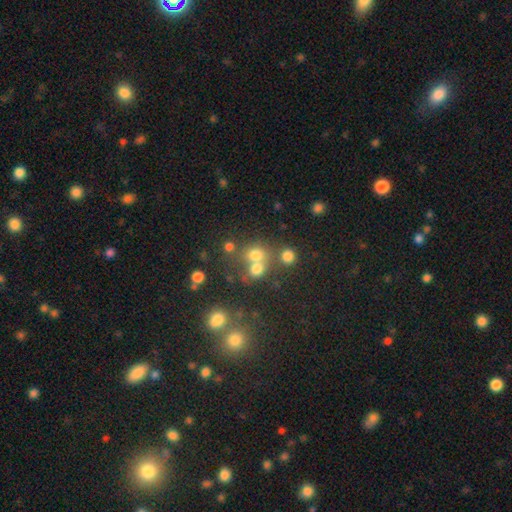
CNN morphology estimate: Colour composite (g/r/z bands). It shows a smooth galaxy with no disk features (68%) that is round (74%). Merging: none (46%).